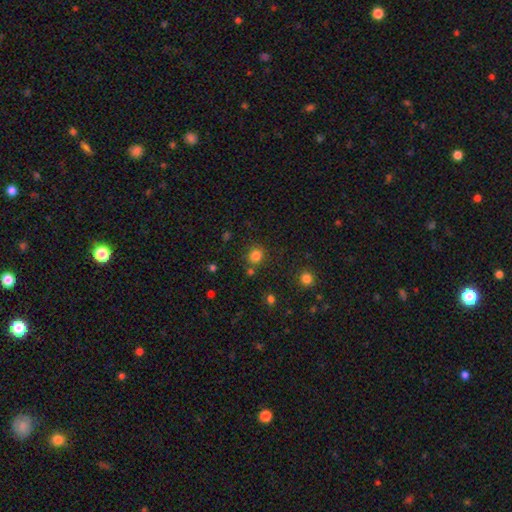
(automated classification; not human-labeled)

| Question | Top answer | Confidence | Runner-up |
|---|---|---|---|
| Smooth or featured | smooth | 81% | star or artifact (14%) |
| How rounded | round | 86% | in between (13%) |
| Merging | none | 79% | minor disturbance (9%) |